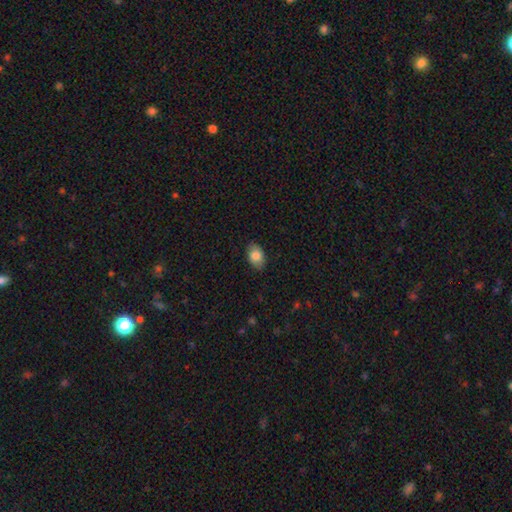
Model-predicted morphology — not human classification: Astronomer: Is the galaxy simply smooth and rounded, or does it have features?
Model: smooth — 83%.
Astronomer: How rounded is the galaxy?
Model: in between — 88%.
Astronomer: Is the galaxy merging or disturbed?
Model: none — 86%.